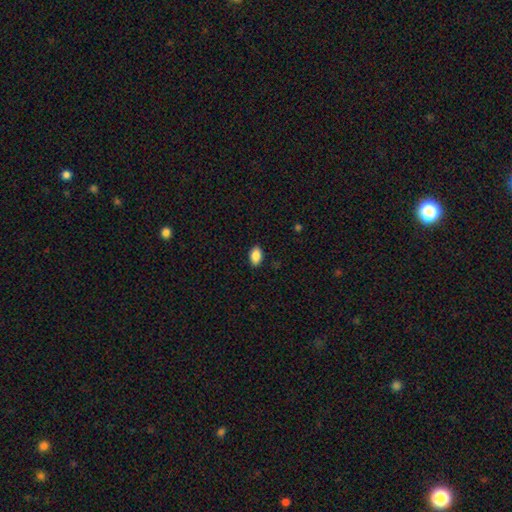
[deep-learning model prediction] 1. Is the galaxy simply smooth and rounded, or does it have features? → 88% smooth, 8% star or artifact, 4% featured or disk.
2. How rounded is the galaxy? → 90% in between, 8% round, 2% cigar-shaped.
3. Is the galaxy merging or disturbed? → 88% none, 9% minor disturbance, 2% major disturbance, 1% merger.